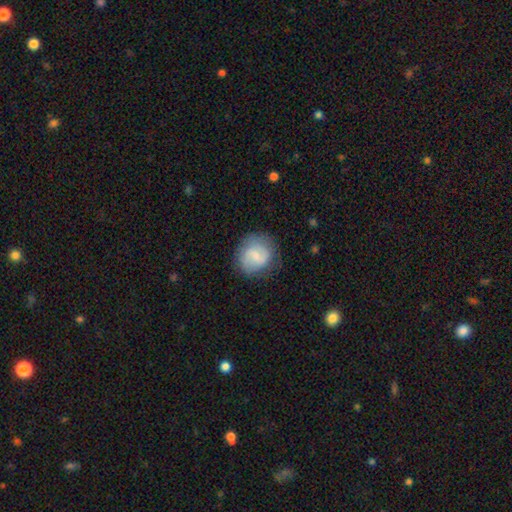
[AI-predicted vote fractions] Overall: smooth (52%; featured or disk 41%). How rounded: round (85%). Merging: none (75%).